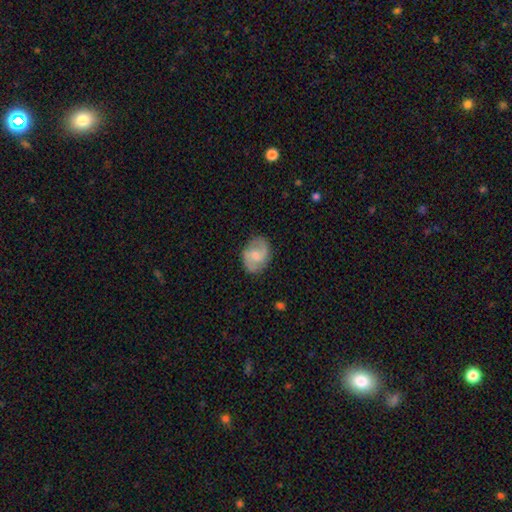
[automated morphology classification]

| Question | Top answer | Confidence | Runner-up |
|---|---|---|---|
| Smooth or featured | featured or disk | 66% | smooth (27%) |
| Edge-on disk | no | 97% | yes (3%) |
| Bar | weak | 52% | no (38%) |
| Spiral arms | yes | 92% | no (8%) |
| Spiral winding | medium | 50% | loose (32%) |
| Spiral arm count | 2 | 89% | can't tell (6%) |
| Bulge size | moderate | 45% | small (39%) |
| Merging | none | 79% | minor disturbance (15%) |